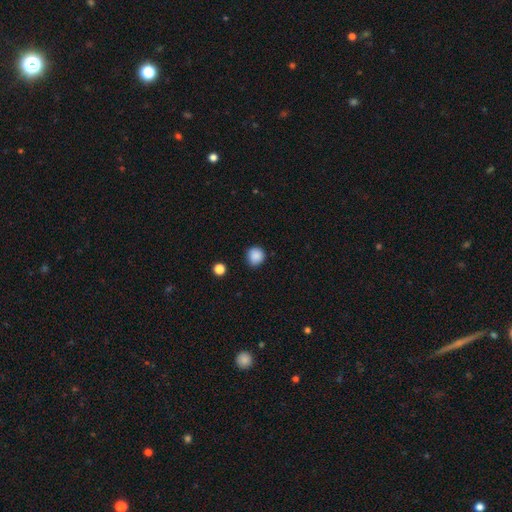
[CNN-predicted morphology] type=smooth (87%); roundness=round (90%); merging=none (85%).